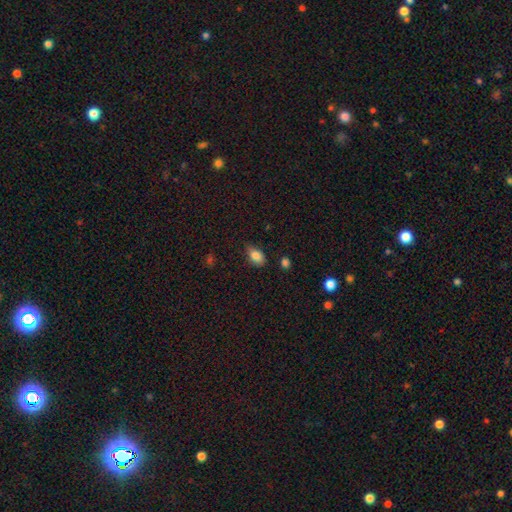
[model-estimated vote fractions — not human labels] A smooth galaxy with no disk features (84%) that is in between round and cigar-shaped (85%). Merging: none (73%).